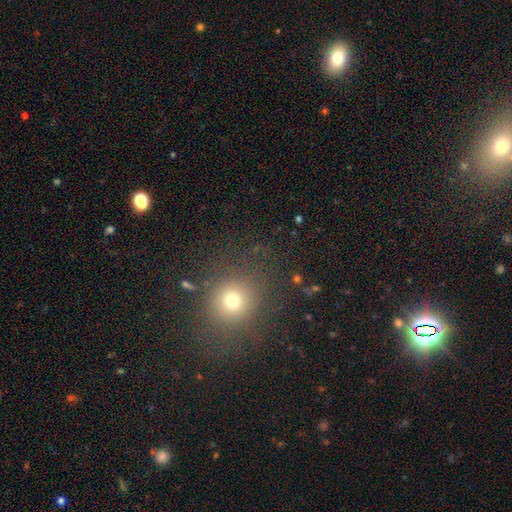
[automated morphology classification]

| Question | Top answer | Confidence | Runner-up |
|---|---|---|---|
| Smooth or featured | smooth | 59% | star or artifact (32%) |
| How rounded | round | 84% | in between (14%) |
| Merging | none | 87% | minor disturbance (8%) |